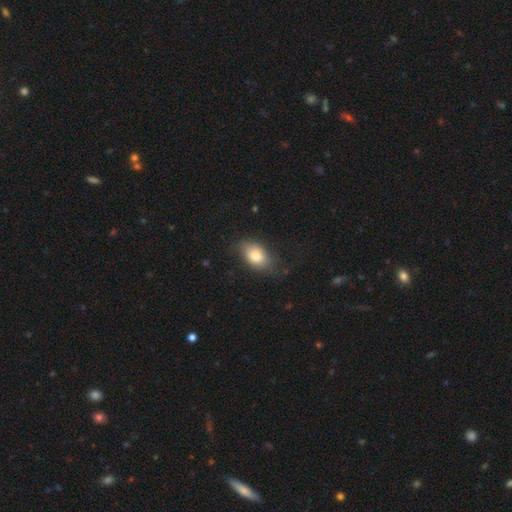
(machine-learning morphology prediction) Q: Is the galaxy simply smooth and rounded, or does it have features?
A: smooth — 81%.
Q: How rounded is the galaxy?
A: in between — 88%.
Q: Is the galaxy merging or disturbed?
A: none — 72%.